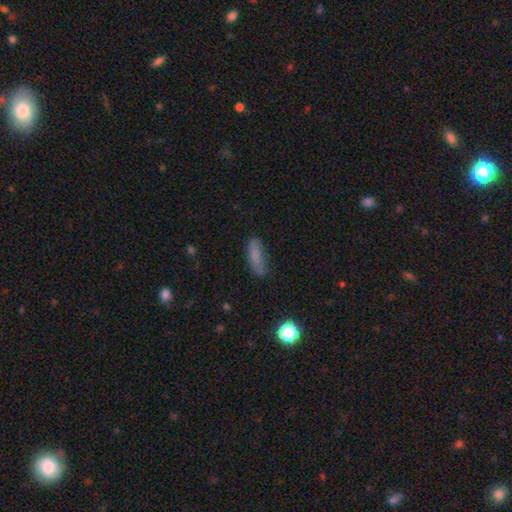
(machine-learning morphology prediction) Smooth or featured?
  - smooth: 76% *
  - featured or disk: 14%
  - star or artifact: 11%
How rounded?
  - in between: 50% *
  - cigar-shaped: 46%
  - round: 3%
Merging?
  - none: 58% *
  - minor disturbance: 28%
  - major disturbance: 11%
  - merger: 3%